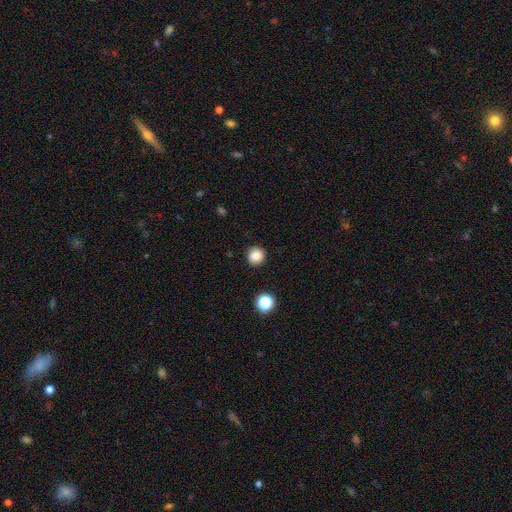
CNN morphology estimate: The model was most divided on "smooth or featured": smooth: 85%, star or artifact: 11%, featured or disk: 3%. More confident: how rounded — round (92%); merging — none (89%).